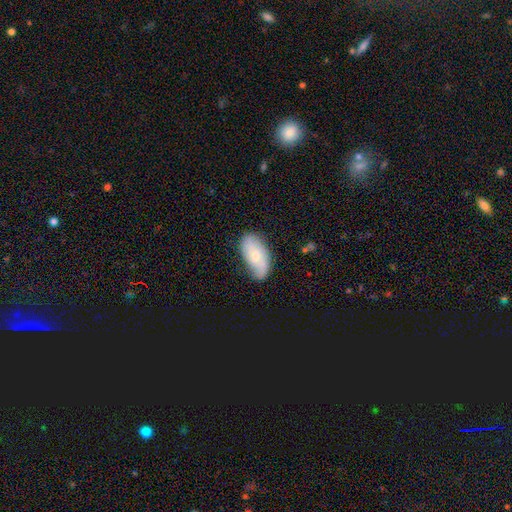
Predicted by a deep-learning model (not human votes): Smooth or featured?
  - smooth: 56% *
  - featured or disk: 37%
  - star or artifact: 7%
How rounded?
  - in between: 93% *
  - cigar-shaped: 4%
  - round: 3%
Merging?
  - none: 58% *
  - minor disturbance: 31%
  - major disturbance: 8%
  - merger: 3%